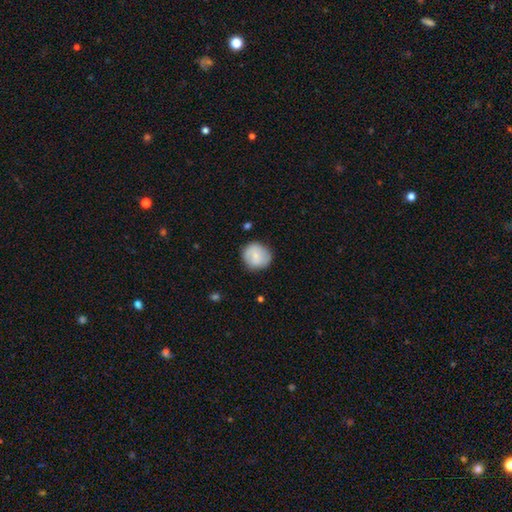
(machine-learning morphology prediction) Smooth or featured? Predicted: smooth (p=0.72). How rounded? Predicted: round (p=0.88). Merging? Predicted: none (p=0.82).